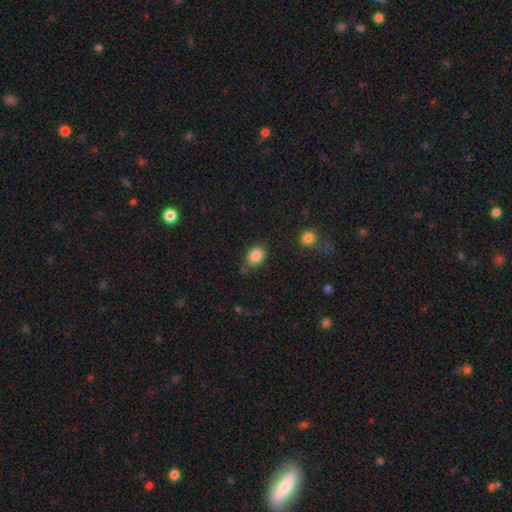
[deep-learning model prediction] A smooth galaxy with no disk features (86%) that is in between round and cigar-shaped (58%).

Vote fractions:
- Smooth or featured? smooth: 86% / star or artifact: 9% / featured or disk: 5%
- How rounded? in between: 58% / round: 40% / cigar-shaped: 1%
- Merging? none: 68% / minor disturbance: 21% / merger: 6% / major disturbance: 5%